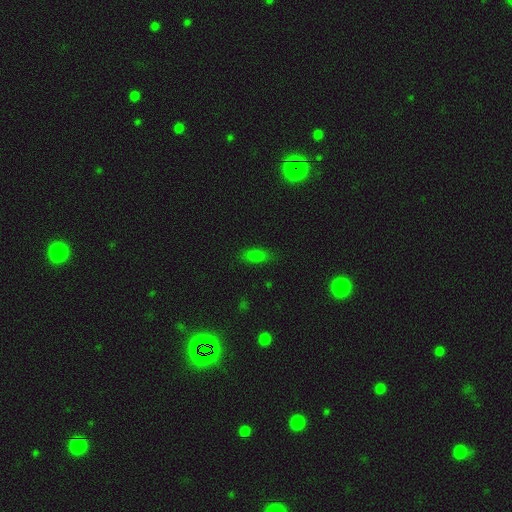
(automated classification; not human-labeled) A smooth galaxy with no disk features (79%) that is in between round and cigar-shaped (81%).

Vote fractions:
- Smooth or featured? smooth: 79% / star or artifact: 13% / featured or disk: 7%
- How rounded? in between: 81% / cigar-shaped: 15% / round: 4%
- Merging? none: 81% / minor disturbance: 14% / major disturbance: 4% / merger: 1%